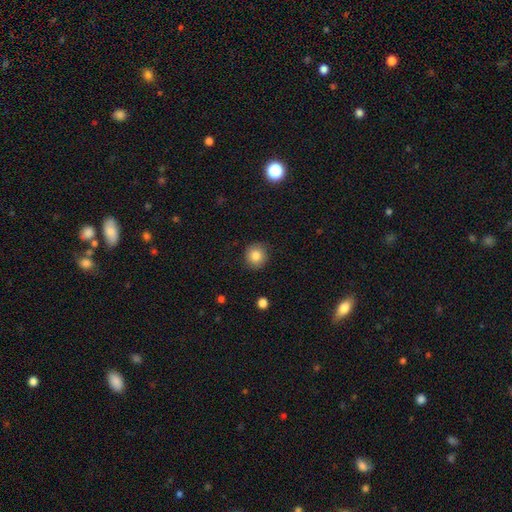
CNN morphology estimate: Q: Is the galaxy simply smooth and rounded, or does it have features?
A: smooth — 82%.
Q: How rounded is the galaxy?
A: round — 90%.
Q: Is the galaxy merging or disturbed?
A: none — 86%.